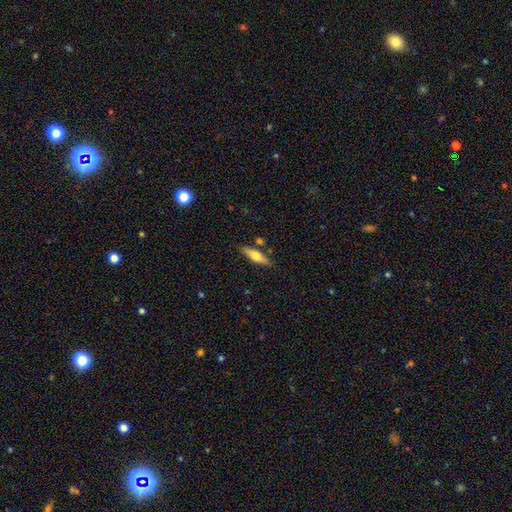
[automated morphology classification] Overall: smooth (57%; featured or disk 37%). How rounded: cigar-shaped (61%; in between 36%). Merging: none (80%).